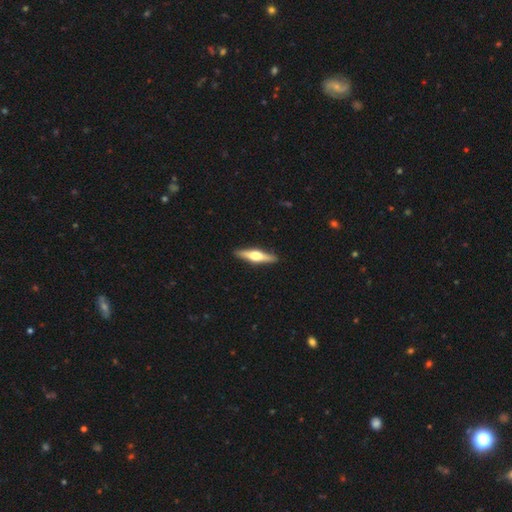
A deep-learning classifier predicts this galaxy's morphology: smooth-or-featured: featured or disk: 65% | smooth: 30% | star or artifact: 5%
  disk-edge-on: yes: 97% | no: 3%
    edge-on-bulge: rounded: 94% | boxy: 4% | none: 2%
  merging: none: 91% | minor disturbance: 7% | major disturbance: 1% | merger: 1%